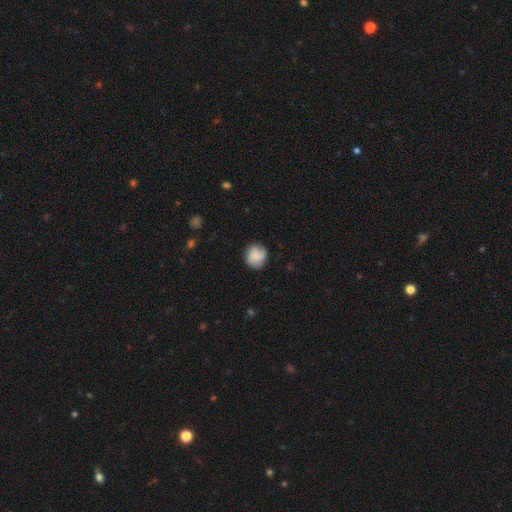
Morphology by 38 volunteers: A smooth galaxy with no disk features (79%) that is round (63%). Merging: none (72%).